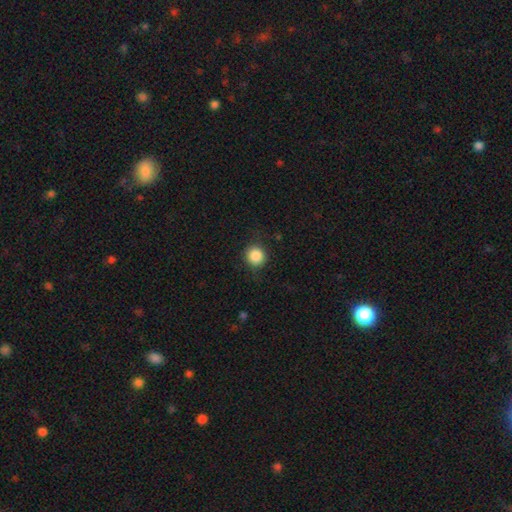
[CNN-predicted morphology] Overall: smooth (87%). How rounded: round (91%). Merging: none (85%).